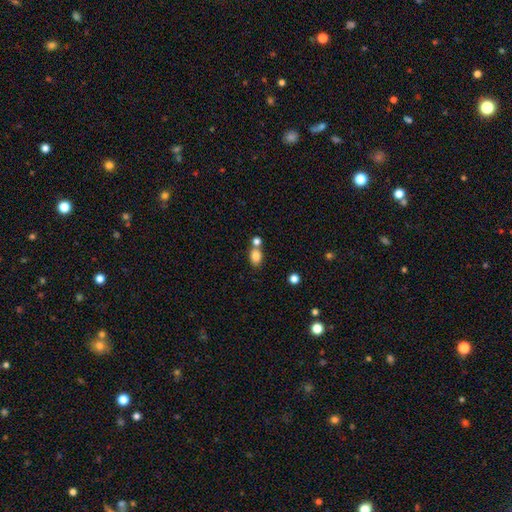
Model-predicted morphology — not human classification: A smooth galaxy with no disk features (83%) that is in between round and cigar-shaped (77%).

Vote fractions:
- Smooth or featured? smooth: 83% / star or artifact: 10% / featured or disk: 7%
- How rounded? in between: 77% / round: 22% / cigar-shaped: 2%
- Merging? none: 56% / merger: 30% / minor disturbance: 10% / major disturbance: 3%